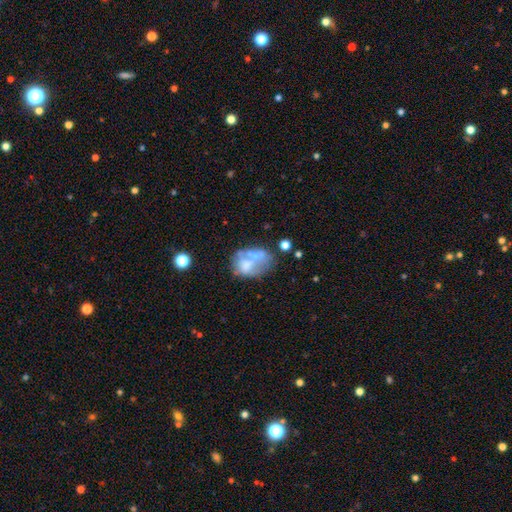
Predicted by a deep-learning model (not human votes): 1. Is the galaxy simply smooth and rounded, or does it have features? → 48% featured or disk, 40% smooth, 11% star or artifact.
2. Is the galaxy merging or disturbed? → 35% merger, 29% none, 18% major disturbance, 18% minor disturbance.